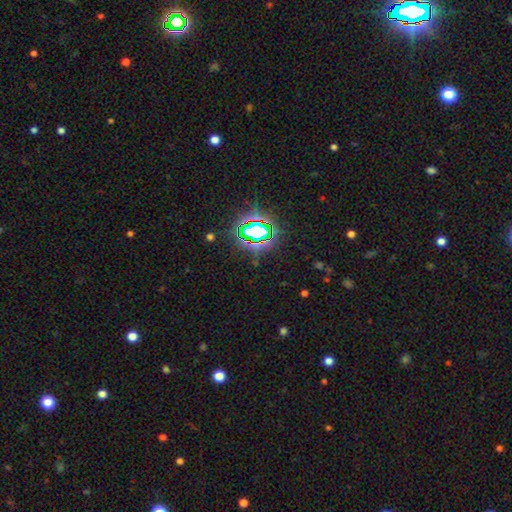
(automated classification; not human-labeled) smooth-or-featured: star or artifact: 81% | smooth: 12% | featured or disk: 7%